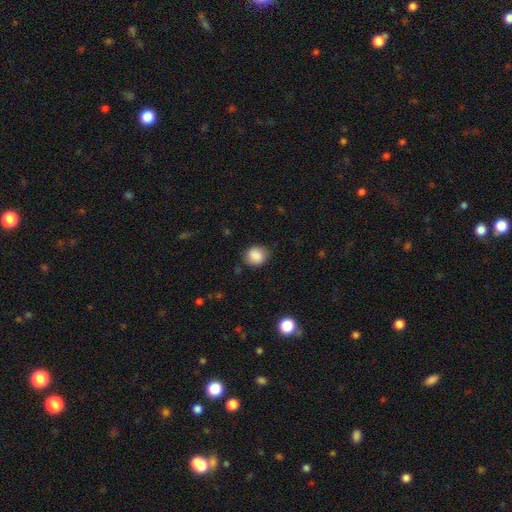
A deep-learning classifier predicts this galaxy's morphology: A smooth galaxy with no disk features (87%) that is round (76%).

Vote fractions:
- Smooth or featured? smooth: 87% / star or artifact: 9% / featured or disk: 4%
- How rounded? round: 76% / in between: 23% / cigar-shaped: 1%
- Merging? none: 79% / minor disturbance: 16% / major disturbance: 4% / merger: 1%